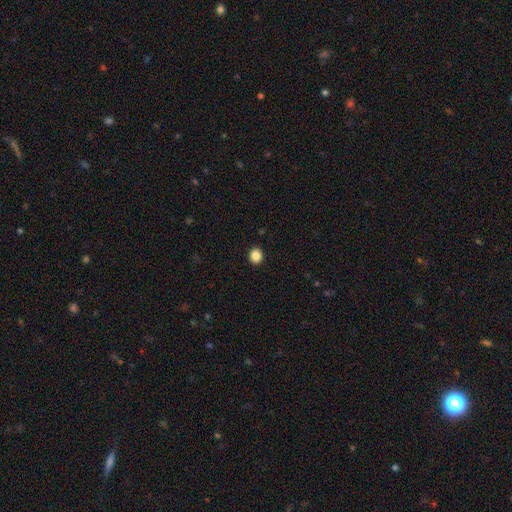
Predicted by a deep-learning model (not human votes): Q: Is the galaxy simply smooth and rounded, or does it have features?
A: smooth — 86%.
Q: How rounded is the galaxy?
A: round — 75%.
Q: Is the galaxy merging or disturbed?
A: none — 92%.